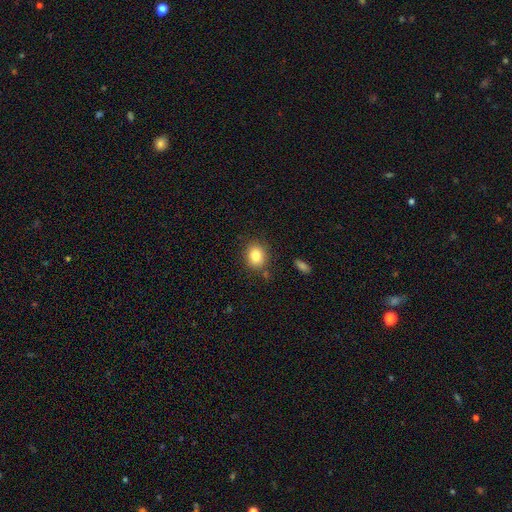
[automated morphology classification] Q: Smooth or featured?
A: smooth (83%); runner-up: star or artifact (10%)
Q: How rounded?
A: round (63%); runner-up: in between (36%)
Q: Merging?
A: none (84%); runner-up: minor disturbance (10%)